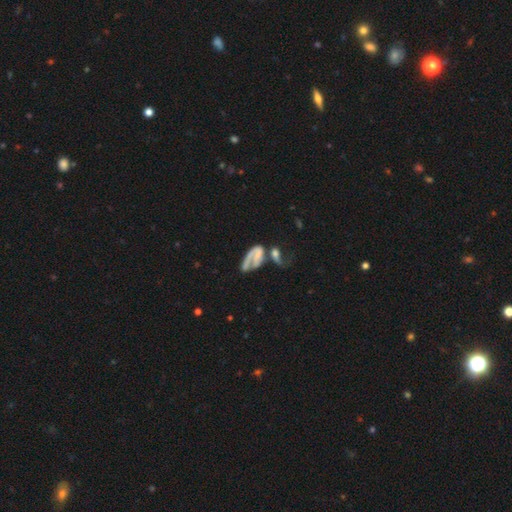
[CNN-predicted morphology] Smooth or featured? Predicted: featured or disk (p=0.61). Edge-on disk? Predicted: no (p=0.94). Bar? Predicted: no (p=0.64). Spiral arms? Predicted: yes (p=0.64). Bulge size? Predicted: none (p=0.55). Merging? Predicted: merger (p=0.42).